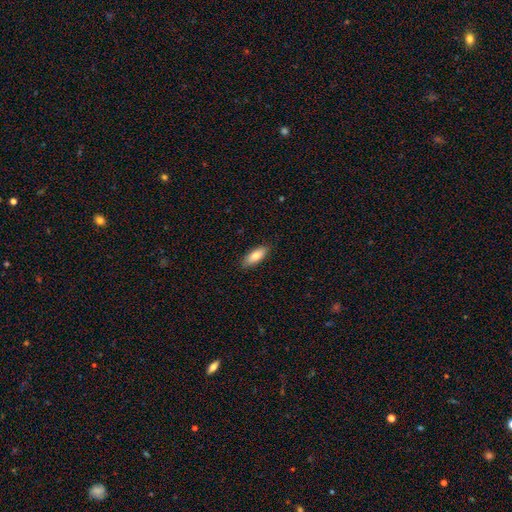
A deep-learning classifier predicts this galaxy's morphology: Q: Smooth or featured?
A: smooth (81%); runner-up: featured or disk (13%)
Q: How rounded?
A: in between (75%); runner-up: cigar-shaped (23%)
Q: Merging?
A: none (87%); runner-up: minor disturbance (10%)